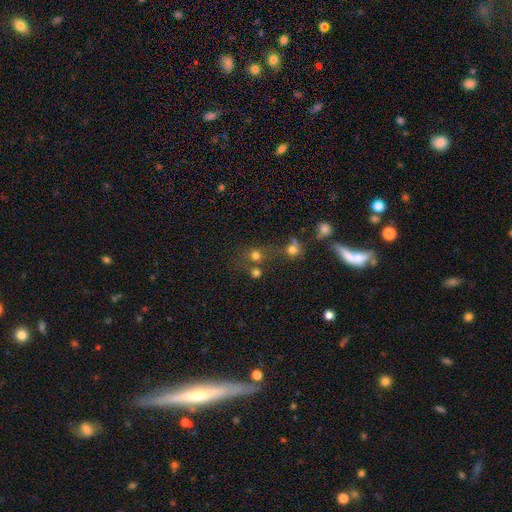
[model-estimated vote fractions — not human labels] Smooth or featured: smooth — 70% (star or artifact — 22%)
How rounded: round — 85% (in between — 13%)
Merging: none — 57% (merger — 28%)